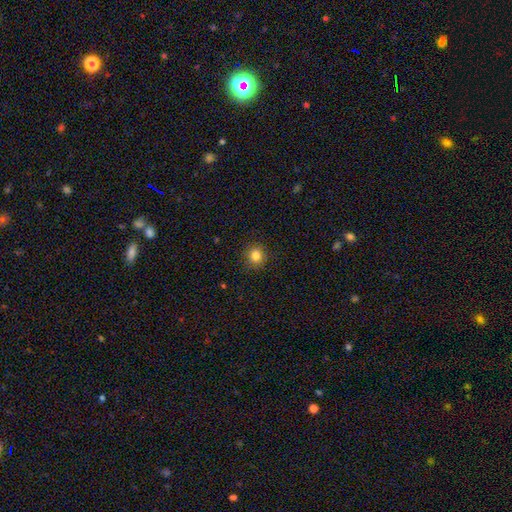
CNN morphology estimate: Overall: smooth (84%). How rounded: round (86%). Merging: none (89%).